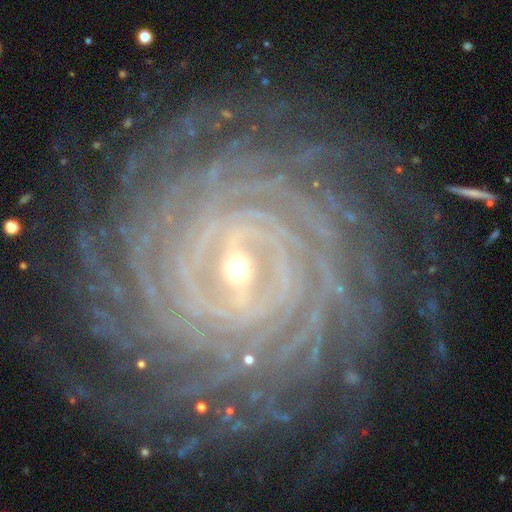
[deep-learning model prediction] smooth-or-featured: featured or disk: 92% | star or artifact: 5% | smooth: 3%
  disk-edge-on: no: 97% | yes: 3%
    bar: strong: 46% | weak: 37% | no: 16%
    has-spiral-arms: yes: 98% | no: 2%
      spiral-winding: tight: 88% | medium: 9% | loose: 3%
      spiral-arm-count: more than 4: 44% | 4: 16% | can't tell: 15% | 2: 9% | 3: 9% | 1: 8%
    bulge-size: small: 71% | moderate: 26% | large: 1% | none: 1% | dominant: 1%
  merging: none: 80% | minor disturbance: 12% | major disturbance: 6% | merger: 2%